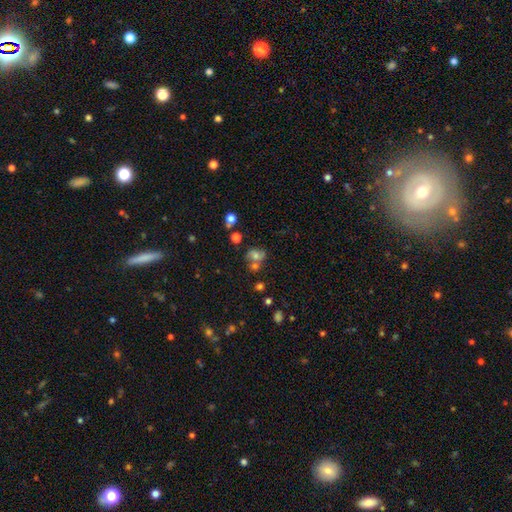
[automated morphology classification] Smooth or featured? smooth (62%)
How rounded? round (52%)
Merging? none (45%)